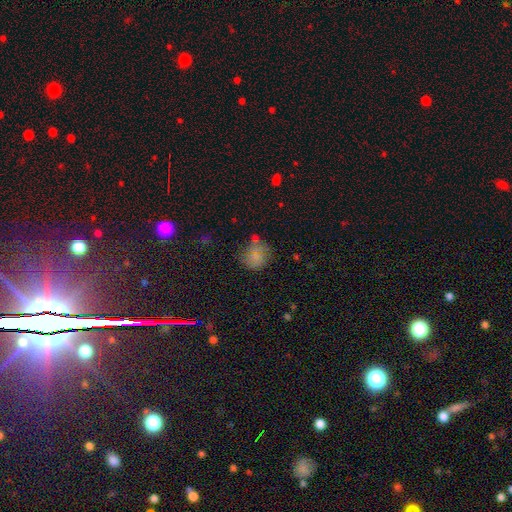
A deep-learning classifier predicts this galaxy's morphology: smooth-or-featured: smooth: 71% | featured or disk: 16% | star or artifact: 13%
  how-rounded: round: 78% | in between: 21% | cigar-shaped: 1%
  merging: none: 53% | minor disturbance: 24% | merger: 12% | major disturbance: 11%